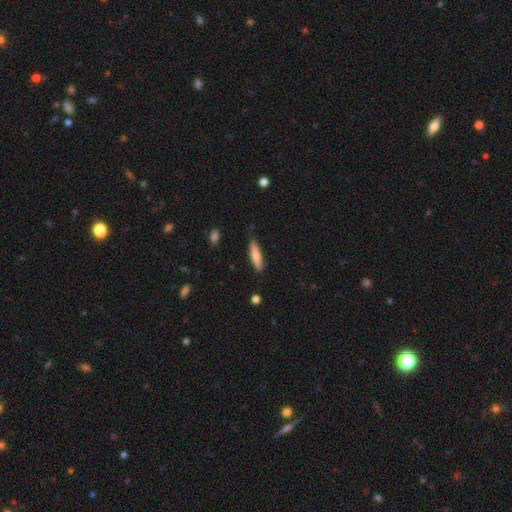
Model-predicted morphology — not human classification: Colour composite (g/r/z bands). It shows a smooth galaxy with no disk features (75%) that is cigar-shaped (81%). Merging: none (84%).